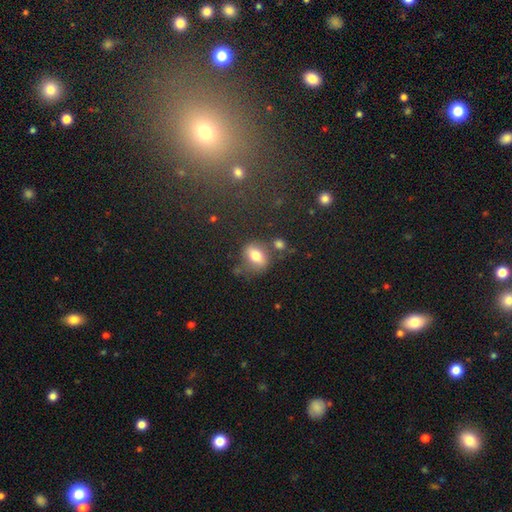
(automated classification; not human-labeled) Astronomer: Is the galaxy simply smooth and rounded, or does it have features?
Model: smooth — 71%.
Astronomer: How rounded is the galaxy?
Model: in between — 71%.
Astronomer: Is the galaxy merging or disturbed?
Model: none — 59%.